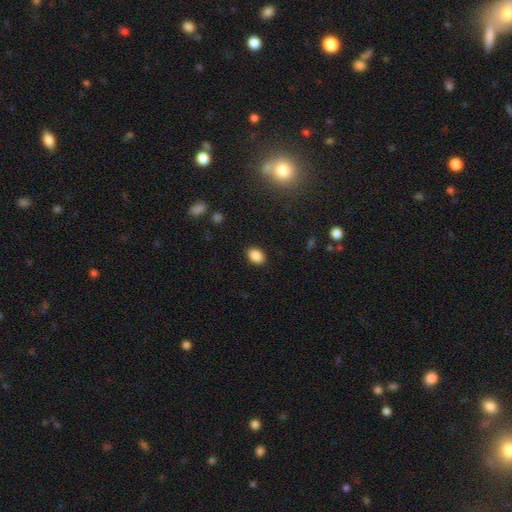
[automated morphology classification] This is clearly a smooth galaxy (87%). How rounded: likely in between (77%). Merging: clearly none (88%).